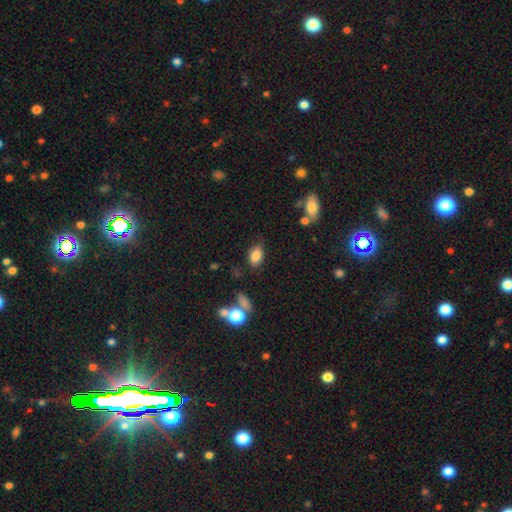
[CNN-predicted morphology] This is clearly a smooth galaxy (83%). How rounded: clearly in between (87%). Merging: likely none (76%).